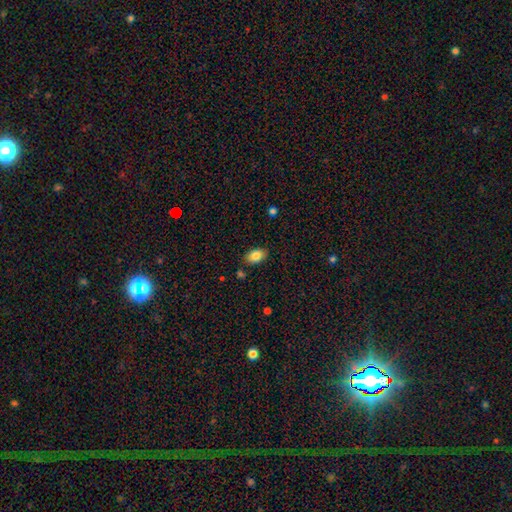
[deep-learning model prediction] This is clearly a smooth galaxy (85%). How rounded: clearly in between (89%). Merging: clearly none (84%).